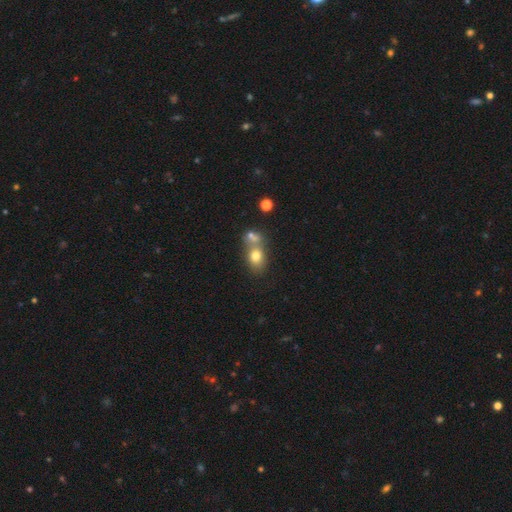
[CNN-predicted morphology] Smooth or featured? smooth (76%)
How rounded? in between (56%)
Merging? merger (45%)